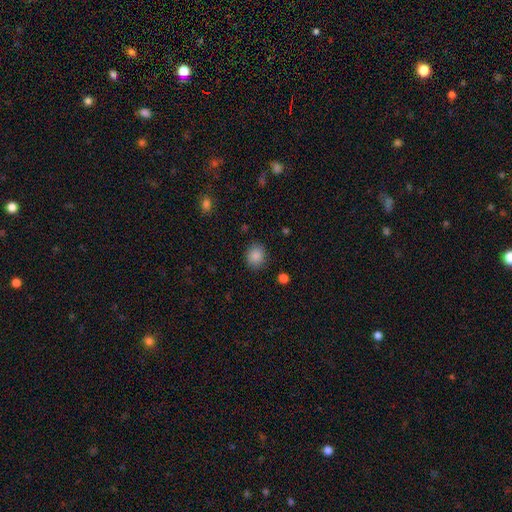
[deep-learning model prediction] Smooth or featured?
  - smooth: 87% *
  - star or artifact: 9%
  - featured or disk: 4%
How rounded?
  - round: 71% *
  - in between: 28%
  - cigar-shaped: 1%
Merging?
  - none: 87% *
  - minor disturbance: 9%
  - major disturbance: 3%
  - merger: 1%